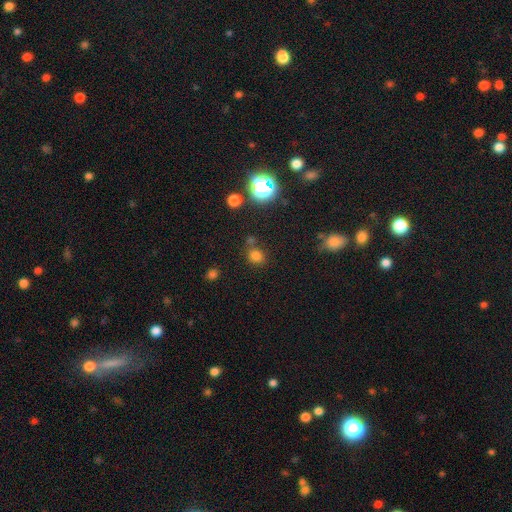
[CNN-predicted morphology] smooth 73%, star or artifact 21%, featured or disk 6%. Down the decision tree: how rounded — round (73%); merging — none (71%).